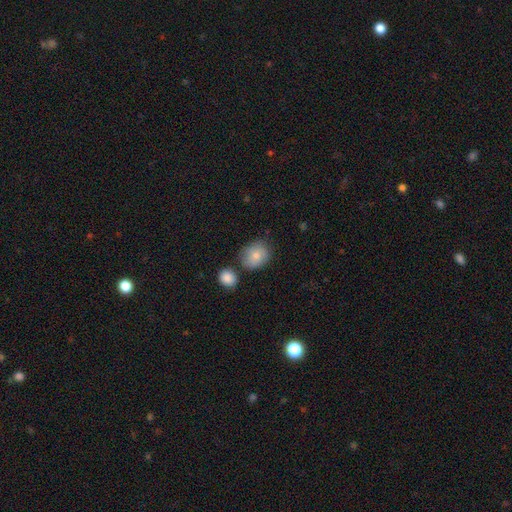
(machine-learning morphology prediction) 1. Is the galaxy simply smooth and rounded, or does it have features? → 77% smooth, 15% featured or disk, 8% star or artifact.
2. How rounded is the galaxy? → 63% round, 36% in between, 1% cigar-shaped.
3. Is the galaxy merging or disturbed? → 65% none, 20% minor disturbance, 10% merger, 5% major disturbance.